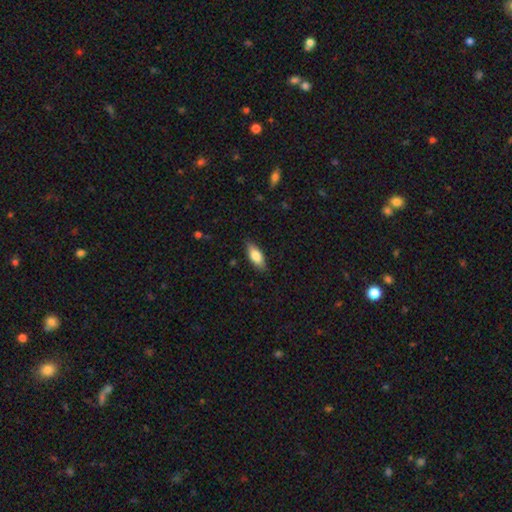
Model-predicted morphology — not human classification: A smooth galaxy with no disk features (78%) that is in between round and cigar-shaped (76%). Merging: none (85%).